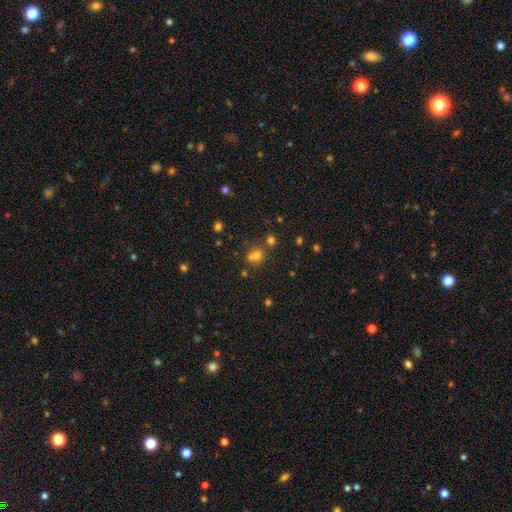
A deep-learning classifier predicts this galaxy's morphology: smooth_or_featured: smooth (p=0.64) [alt: star or artifact p=0.25]
how_rounded: round (p=0.79) [alt: in between p=0.20]
merging: none (p=0.52) [alt: merger p=0.33]